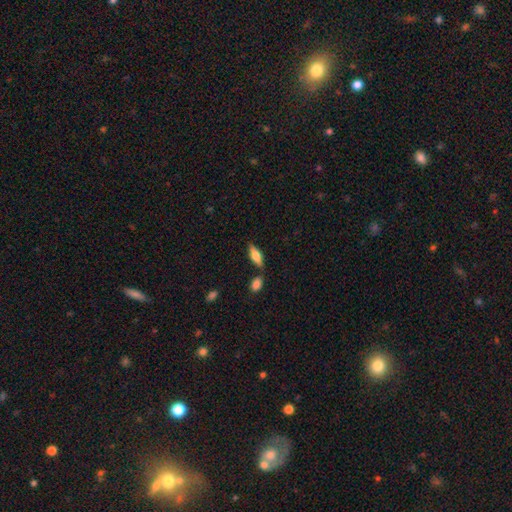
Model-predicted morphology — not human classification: Q: Smooth or featured?
A: smooth (58%); runner-up: featured or disk (35%)
Q: How rounded?
A: in between (63%); runner-up: cigar-shaped (34%)
Q: Merging?
A: none (76%); runner-up: minor disturbance (11%)